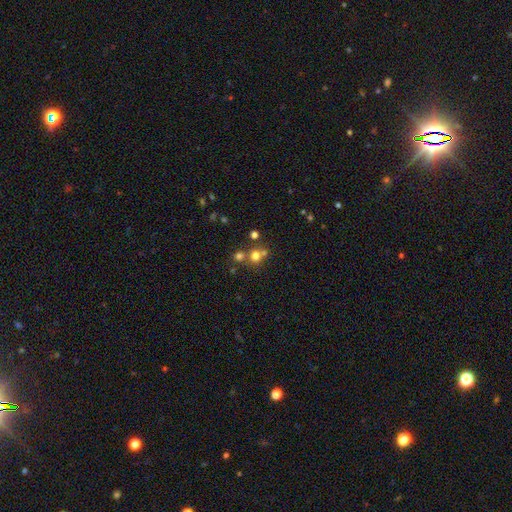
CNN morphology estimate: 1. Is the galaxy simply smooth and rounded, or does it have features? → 68% smooth, 21% star or artifact, 11% featured or disk.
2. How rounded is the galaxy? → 88% round, 11% in between, 1% cigar-shaped.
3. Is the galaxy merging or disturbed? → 58% none, 32% merger, 7% minor disturbance, 3% major disturbance.